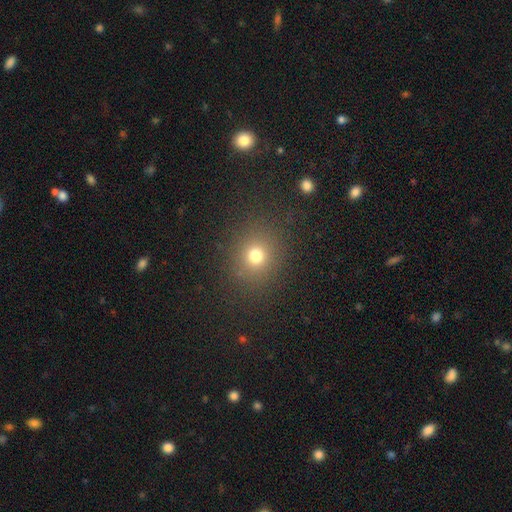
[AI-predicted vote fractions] smooth_or_featured: smooth (p=0.73) [alt: star or artifact p=0.19]
how_rounded: round (p=0.79) [alt: in between p=0.20]
merging: none (p=0.86) [alt: minor disturbance p=0.08]